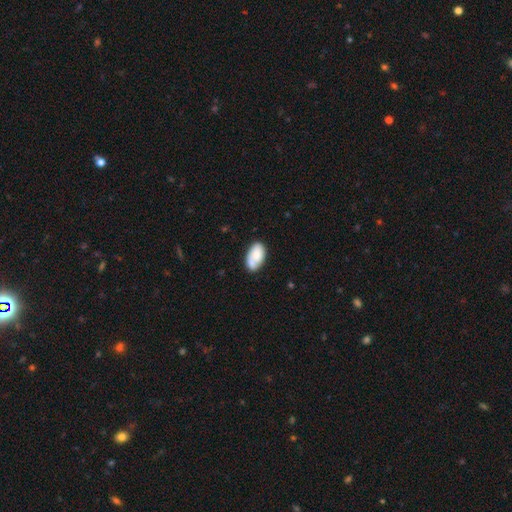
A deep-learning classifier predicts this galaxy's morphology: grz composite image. It shows a smooth galaxy with no disk features (77%) that is in between round and cigar-shaped (94%). Merging: none (56%).